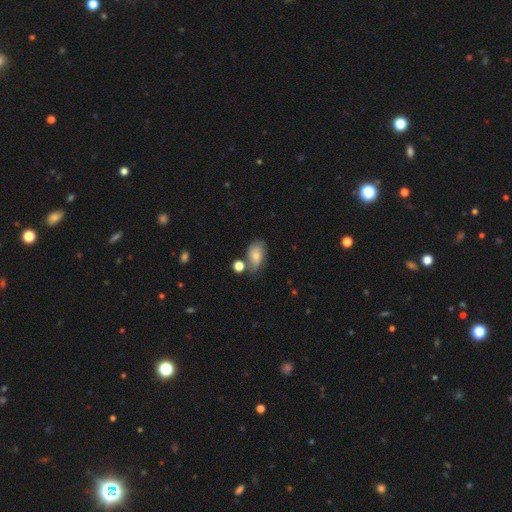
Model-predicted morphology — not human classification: A smooth galaxy with no disk features (64%) that is in between round and cigar-shaped (85%). Merging: none (49%).